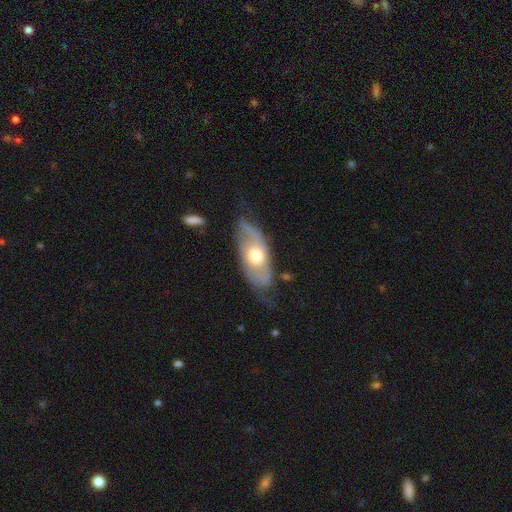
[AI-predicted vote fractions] A featured or disk galaxy (64%) with no bar (79%), spiral arms (68%) and a moderate central bulge (68%).

Vote fractions:
- Smooth or featured? featured or disk: 64% / smooth: 30% / star or artifact: 6%
- Edge-on disk? no: 83% / yes: 17%
- Bar? no: 79% / weak: 17% / strong: 4%
- Spiral arms? yes: 68% / no: 32%
- Bulge size? moderate: 68% / large: 20% / small: 9% / dominant: 2% / none: 1%
- Merging? none: 55% / minor disturbance: 27% / major disturbance: 15% / merger: 2%